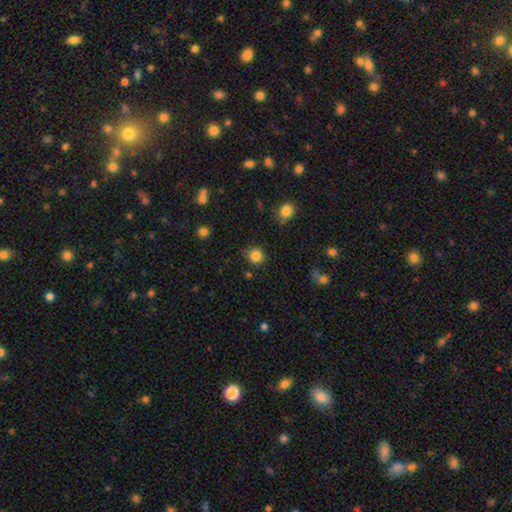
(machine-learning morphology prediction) Smooth or featured? smooth (85%)
How rounded? round (92%)
Merging? none (86%)